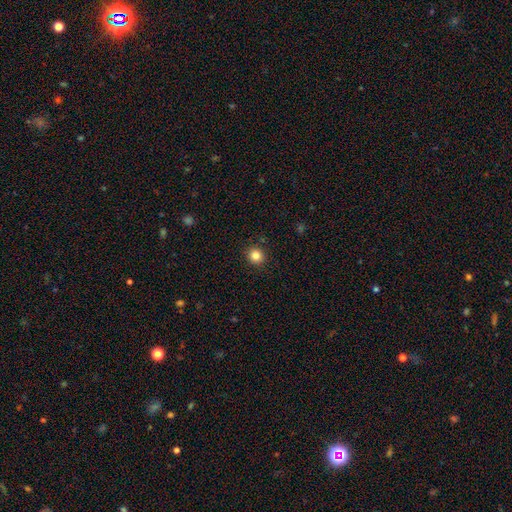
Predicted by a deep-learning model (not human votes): Morphology: type=smooth (84%); roundness=round (90%); merging=none (91%).